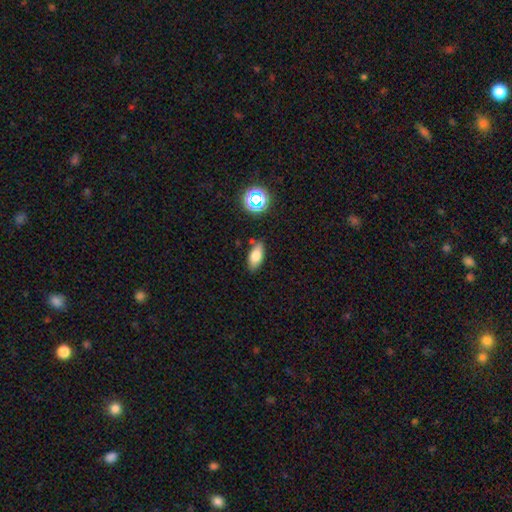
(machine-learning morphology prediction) Overall: smooth (75%). How rounded: in between (85%). Merging: none (78%).